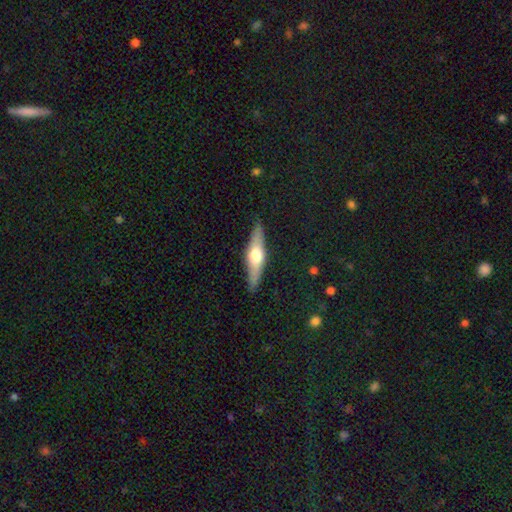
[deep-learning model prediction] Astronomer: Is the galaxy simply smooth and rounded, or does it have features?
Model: featured or disk — 56% (runner-up: smooth, 38%).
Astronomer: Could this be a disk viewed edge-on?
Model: yes — 92%.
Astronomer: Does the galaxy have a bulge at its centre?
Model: rounded — 93%.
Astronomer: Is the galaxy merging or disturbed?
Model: none — 87%.